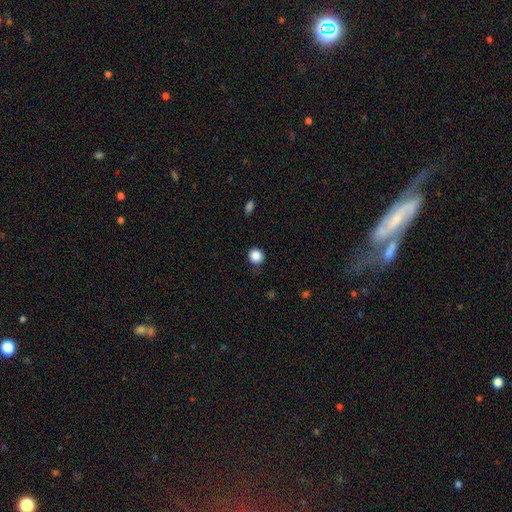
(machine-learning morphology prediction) Overall: smooth (87%). How rounded: round (92%). Merging: none (84%).